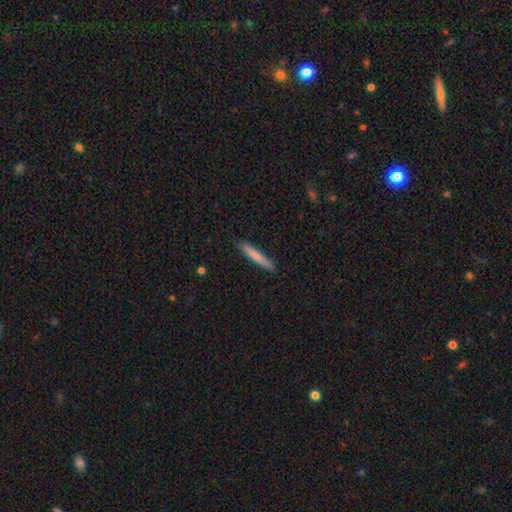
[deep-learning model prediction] This is likely a smooth galaxy (76%). How rounded: clearly cigar-shaped (95%). Merging: clearly none (89%).